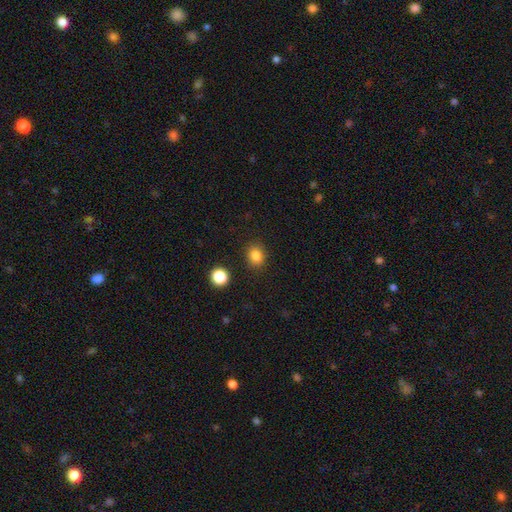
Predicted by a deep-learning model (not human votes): Q: Smooth or featured?
A: smooth (84%); runner-up: star or artifact (11%)
Q: How rounded?
A: round (60%); runner-up: in between (39%)
Q: Merging?
A: none (86%); runner-up: minor disturbance (9%)